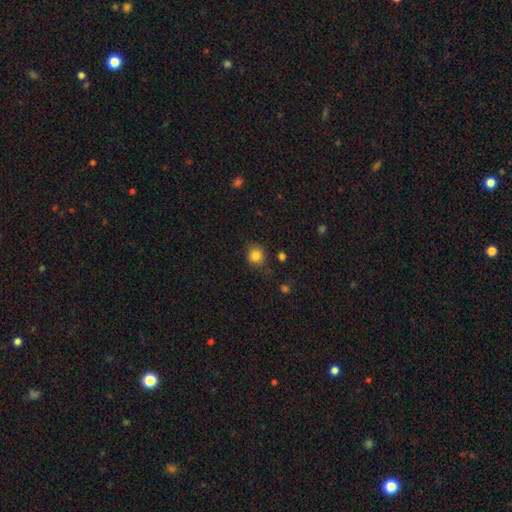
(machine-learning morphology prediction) A smooth galaxy with no disk features (83%) that is round (85%).

Vote fractions:
- Smooth or featured? smooth: 83% / star or artifact: 11% / featured or disk: 5%
- How rounded? round: 85% / in between: 14% / cigar-shaped: 1%
- Merging? none: 82% / minor disturbance: 13% / major disturbance: 3% / merger: 2%